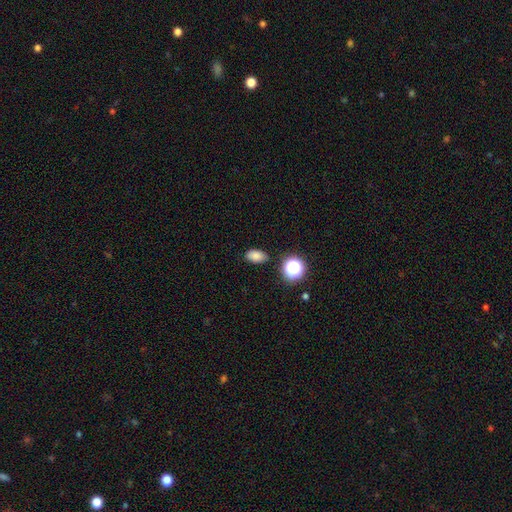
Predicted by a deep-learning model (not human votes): A smooth galaxy with no disk features (81%) that is in between round and cigar-shaped (86%). Merging: none (85%).